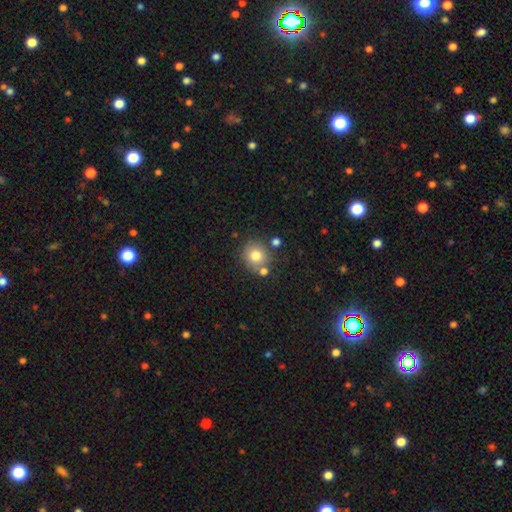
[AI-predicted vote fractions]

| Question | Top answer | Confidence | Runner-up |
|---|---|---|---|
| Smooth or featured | smooth | 78% | star or artifact (11%) |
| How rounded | round | 87% | in between (12%) |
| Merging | none | 72% | merger (13%) |